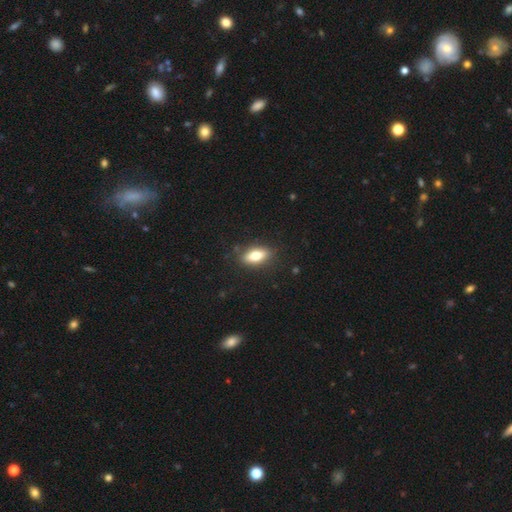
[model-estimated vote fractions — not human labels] Morphology: type=smooth (71%); roundness=in between (80%); merging=none (84%).